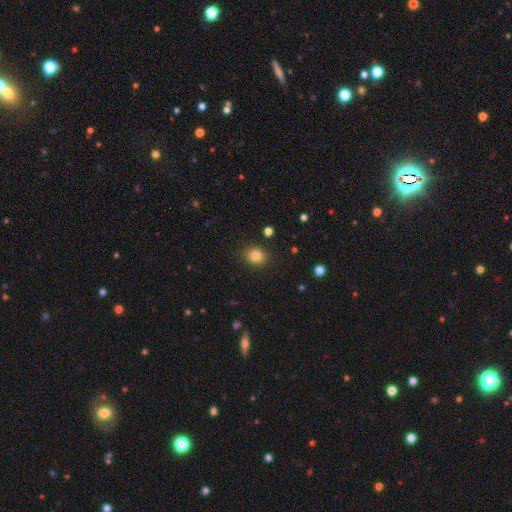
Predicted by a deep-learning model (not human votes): smooth-or-featured: smooth: 82% | star or artifact: 12% | featured or disk: 6%
  how-rounded: round: 68% | in between: 31% | cigar-shaped: 1%
  merging: none: 88% | minor disturbance: 9% | major disturbance: 3% | merger: 1%